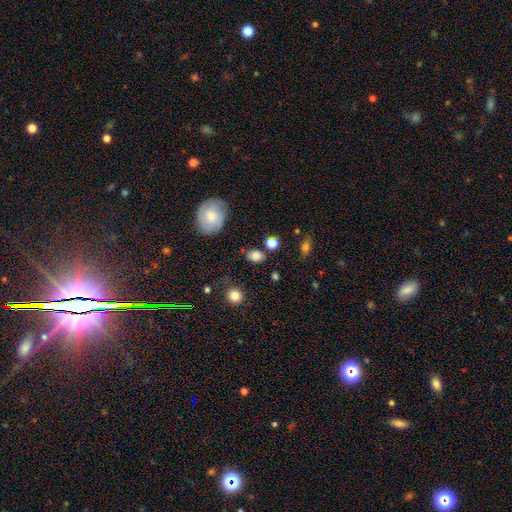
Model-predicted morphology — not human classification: type=smooth (79%); roundness=in between (69%); merging=none (78%).